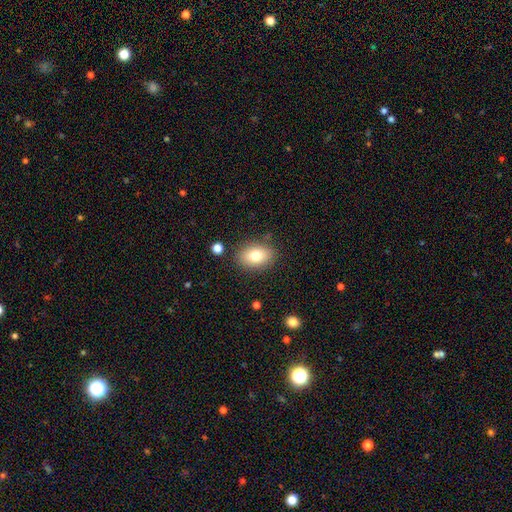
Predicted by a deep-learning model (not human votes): smooth 77%, featured or disk 13%, star or artifact 9%. Down the decision tree: how rounded — in between (76%); merging — none (85%).